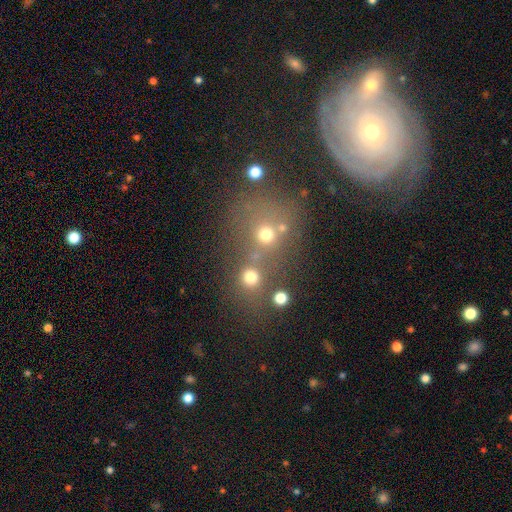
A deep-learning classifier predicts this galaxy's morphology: Smooth or featured? featured or disk (47%)
Merging? none (55%)